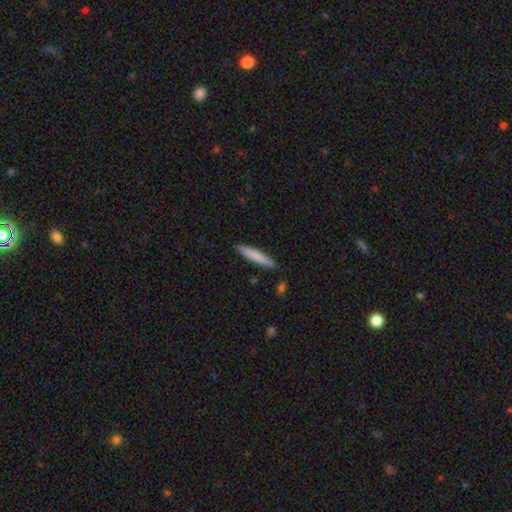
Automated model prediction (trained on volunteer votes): Smooth or featured? Predicted: smooth (p=0.78). How rounded? Predicted: cigar-shaped (p=0.93). Merging? Predicted: none (p=0.89).